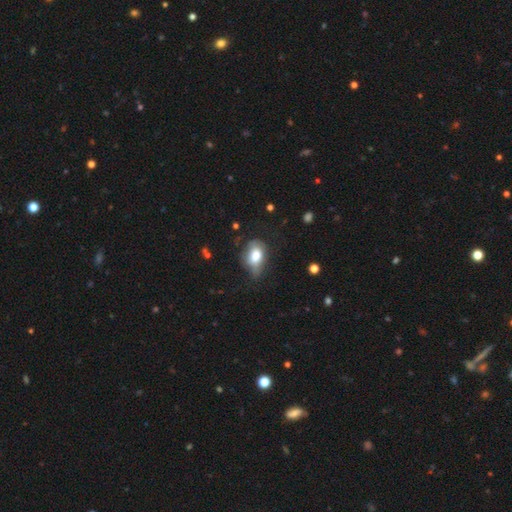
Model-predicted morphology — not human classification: Smooth or featured?
  - smooth: 70% *
  - featured or disk: 22%
  - star or artifact: 8%
How rounded?
  - in between: 80% *
  - round: 18%
  - cigar-shaped: 2%
Merging?
  - none: 38% *
  - minor disturbance: 37%
  - major disturbance: 22%
  - merger: 3%